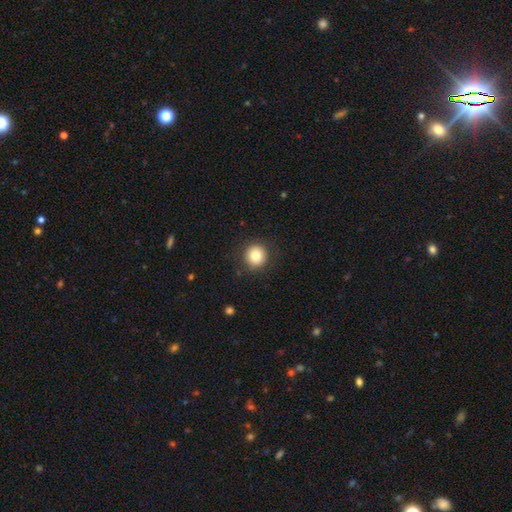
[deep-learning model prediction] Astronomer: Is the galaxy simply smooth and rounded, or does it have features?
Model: smooth — 81%.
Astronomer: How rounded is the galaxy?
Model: round — 92%.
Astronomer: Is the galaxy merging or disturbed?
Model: none — 90%.